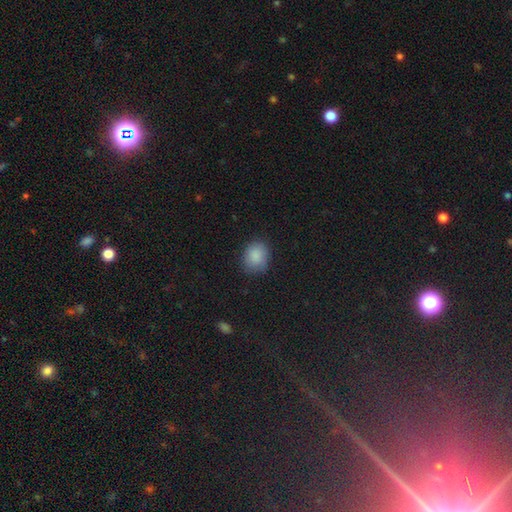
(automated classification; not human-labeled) smooth 87%, star or artifact 8%, featured or disk 5%. Down the decision tree: how rounded — round (58%); merging — none (78%).